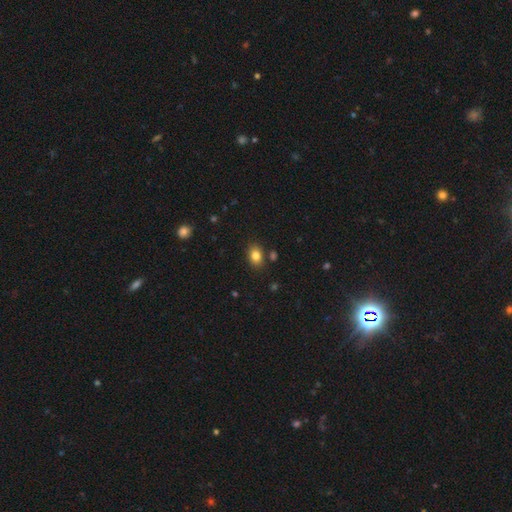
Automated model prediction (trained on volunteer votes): Smooth or featured? smooth (83%)
How rounded? in between (75%)
Merging? none (82%)